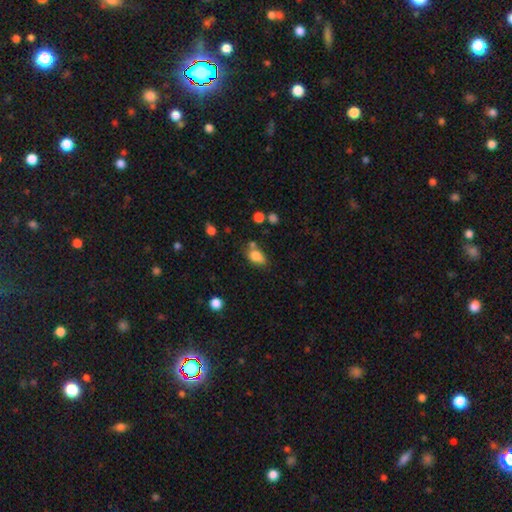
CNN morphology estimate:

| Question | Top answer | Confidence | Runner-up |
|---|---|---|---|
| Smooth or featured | smooth | 81% | star or artifact (10%) |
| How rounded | in between | 82% | round (16%) |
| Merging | none | 54% | minor disturbance (22%) |